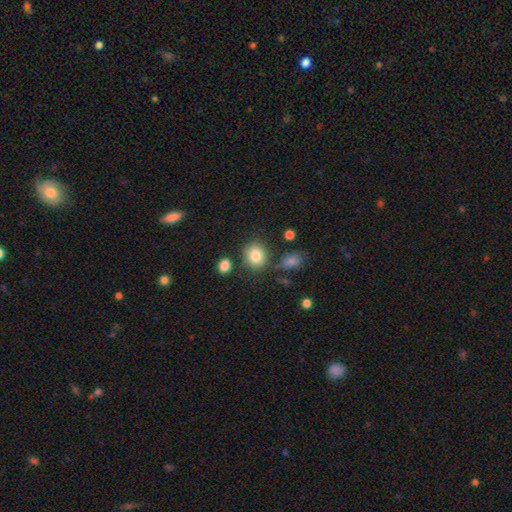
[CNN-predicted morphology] Smooth or featured? Predicted: smooth (p=0.84). How rounded? Predicted: round (p=0.71). Merging? Predicted: none (p=0.77).